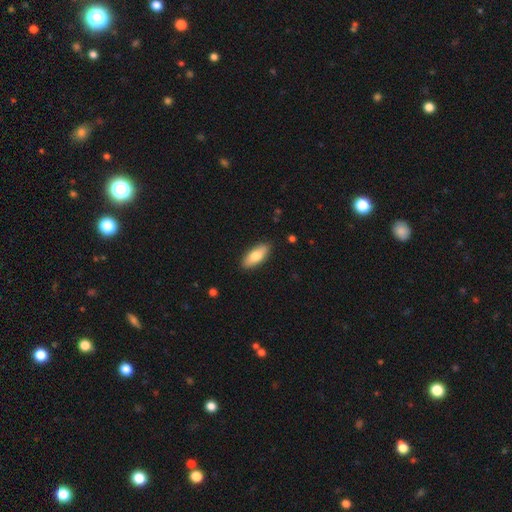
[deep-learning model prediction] smooth_or_featured: smooth (p=0.77) [alt: featured or disk p=0.17]
how_rounded: in between (p=0.79) [alt: cigar-shaped p=0.19]
merging: none (p=0.88) [alt: minor disturbance p=0.09]